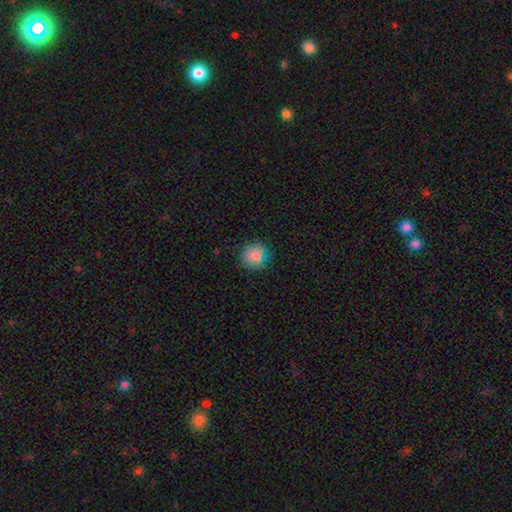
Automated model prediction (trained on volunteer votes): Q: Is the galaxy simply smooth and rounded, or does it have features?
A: smooth — 82%.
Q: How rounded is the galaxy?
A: round — 84%.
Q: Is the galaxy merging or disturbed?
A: none — 78%.